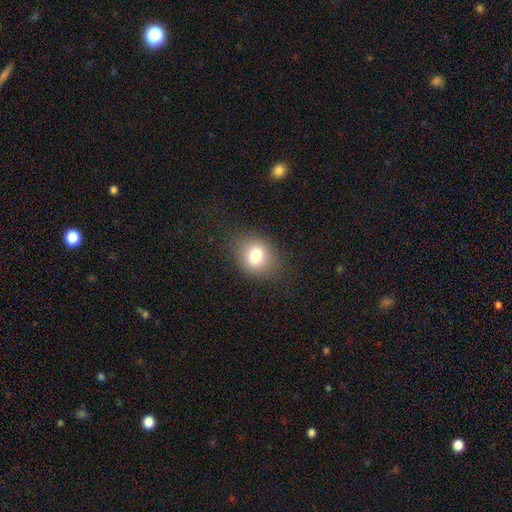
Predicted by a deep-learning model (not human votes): Smooth or featured: smooth — 77% (star or artifact — 12%)
How rounded: round — 56% (in between — 43%)
Merging: none — 81% (minor disturbance — 13%)